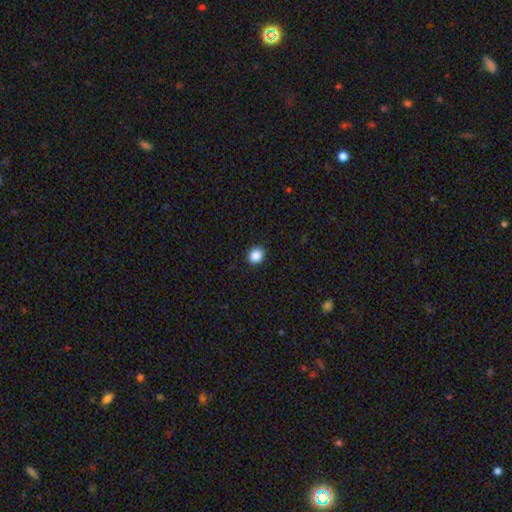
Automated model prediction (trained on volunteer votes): A smooth galaxy with no disk features (87%) that is round (70%). Merging: none (91%).